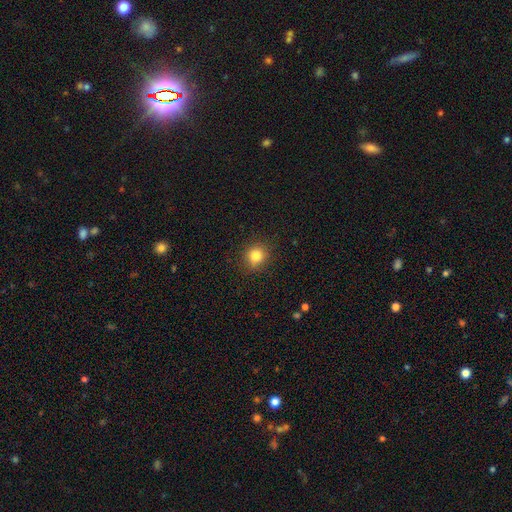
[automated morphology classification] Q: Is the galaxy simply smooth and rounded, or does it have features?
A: smooth — 82%.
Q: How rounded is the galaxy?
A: round — 84%.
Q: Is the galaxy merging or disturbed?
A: none — 89%.